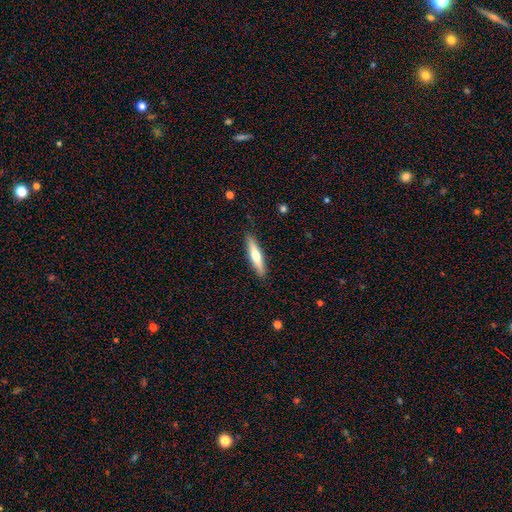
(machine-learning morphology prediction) Overall: smooth (50%; featured or disk 45%). Merging: none (90%).